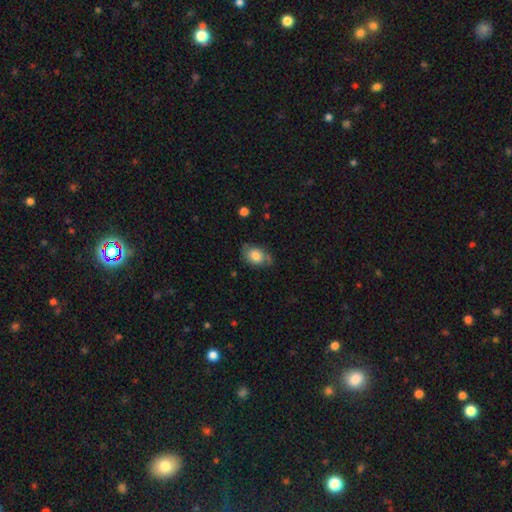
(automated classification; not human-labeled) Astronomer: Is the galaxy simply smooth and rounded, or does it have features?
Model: smooth — 76%.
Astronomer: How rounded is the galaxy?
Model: in between — 79%.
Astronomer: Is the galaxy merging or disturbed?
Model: none — 61%.